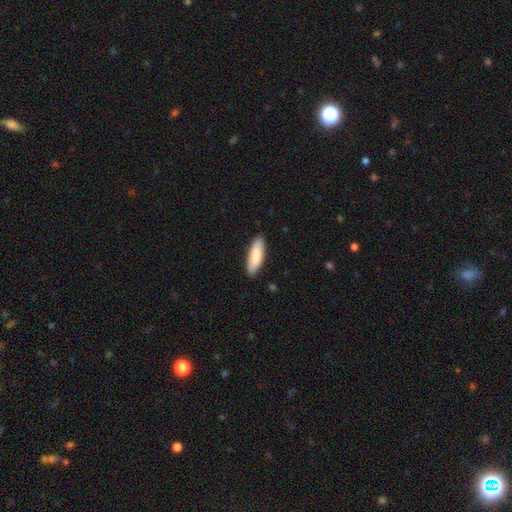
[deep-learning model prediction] Smooth or featured? Predicted: smooth (p=0.86). How rounded? Predicted: in between (p=0.52). Merging? Predicted: none (p=0.88).